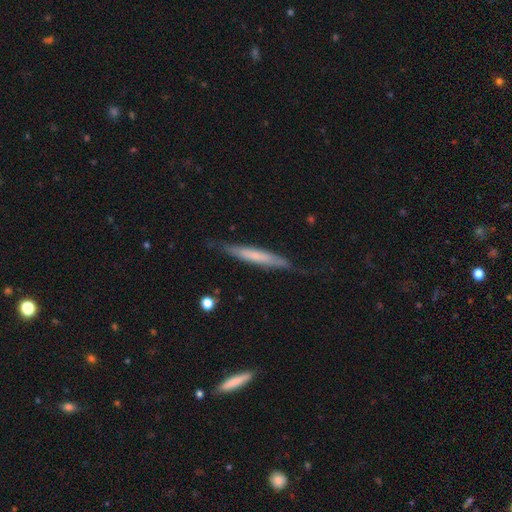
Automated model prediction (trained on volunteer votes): Smooth or featured? Predicted: smooth (p=0.52). How rounded? Predicted: cigar-shaped (p=0.95). Merging? Predicted: none (p=0.77).